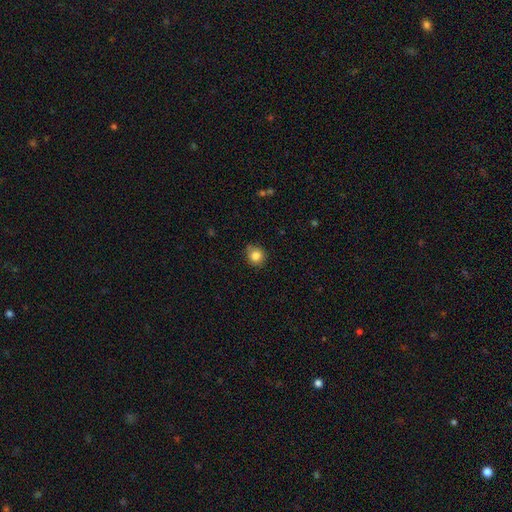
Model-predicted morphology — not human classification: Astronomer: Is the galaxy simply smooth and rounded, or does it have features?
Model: smooth — 84%.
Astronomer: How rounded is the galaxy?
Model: round — 87%.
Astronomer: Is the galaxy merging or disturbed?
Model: none — 81%.